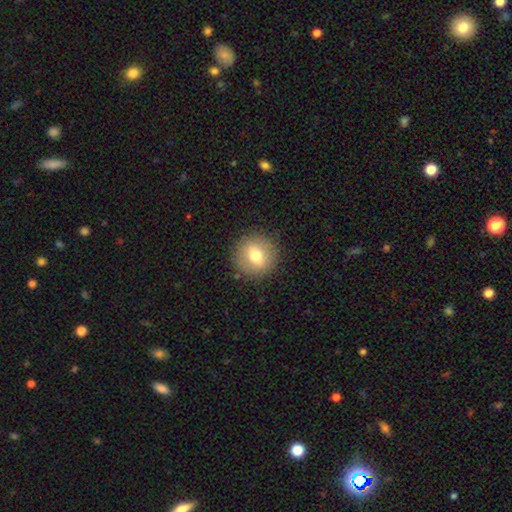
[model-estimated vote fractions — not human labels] Smooth or featured: smooth — 67% (featured or disk — 24%)
How rounded: round — 90% (in between — 9%)
Merging: none — 88% (minor disturbance — 8%)